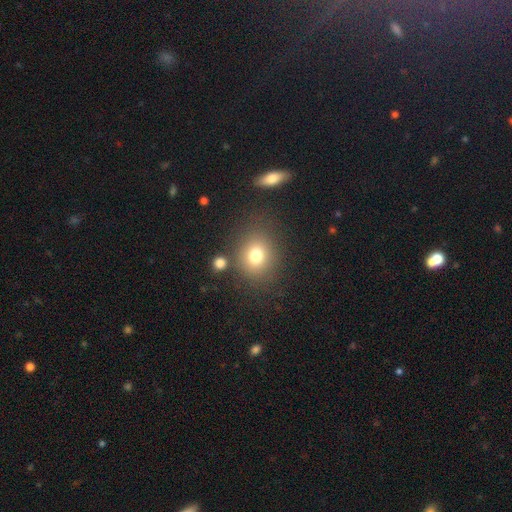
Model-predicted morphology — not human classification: This is likely a smooth galaxy (76%). How rounded: likely round (71%). Merging: likely none (77%).